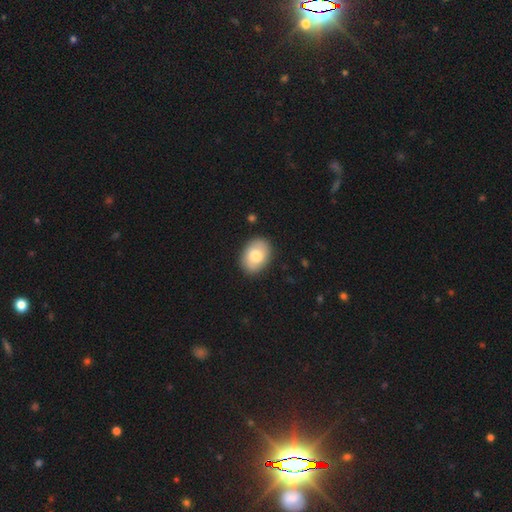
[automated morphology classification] type=smooth (74%); roundness=in between (72%); merging=none (88%).